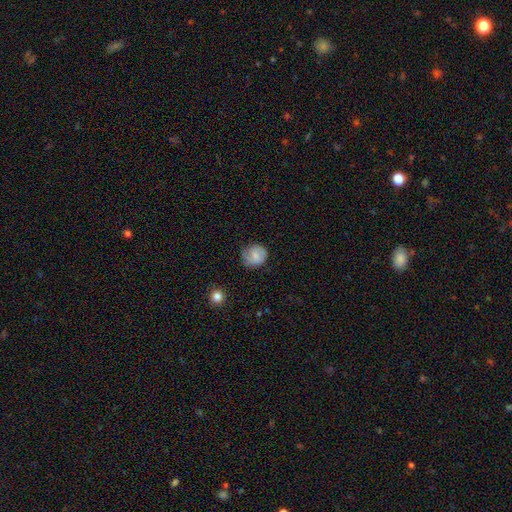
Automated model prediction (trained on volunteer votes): Smooth or featured: smooth — 74% (featured or disk — 18%)
How rounded: round — 83% (in between — 16%)
Merging: none — 73% (minor disturbance — 21%)